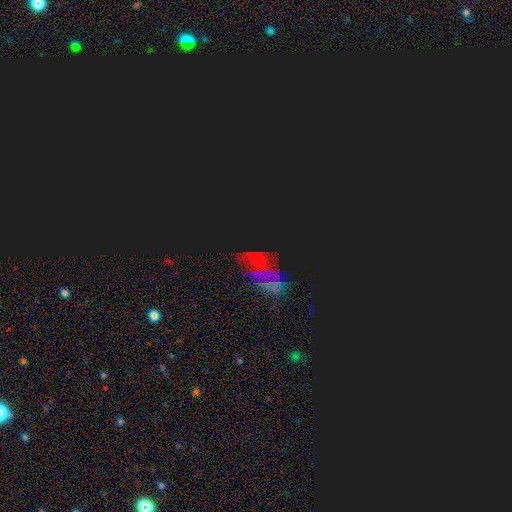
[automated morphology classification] A star or artifact, not a galaxy (69%).

Vote fractions:
- Smooth or featured? star or artifact: 69% / featured or disk: 17% / smooth: 14%